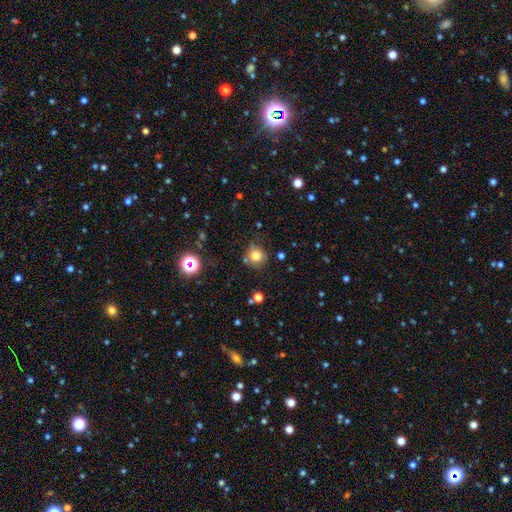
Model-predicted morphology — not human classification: smooth-or-featured: smooth: 77% | star or artifact: 15% | featured or disk: 8%
  how-rounded: round: 87% | in between: 12% | cigar-shaped: 1%
  merging: none: 73% | minor disturbance: 16% | merger: 7% | major disturbance: 5%